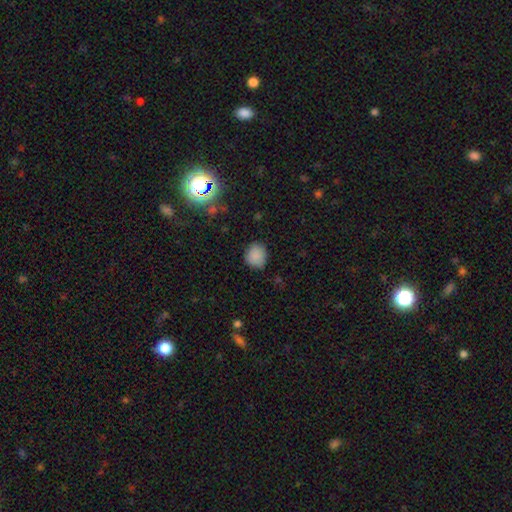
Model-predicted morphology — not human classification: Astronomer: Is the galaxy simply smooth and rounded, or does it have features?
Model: smooth — 84%.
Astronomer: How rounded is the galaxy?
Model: round — 77%.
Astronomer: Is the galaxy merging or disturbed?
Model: none — 81%.